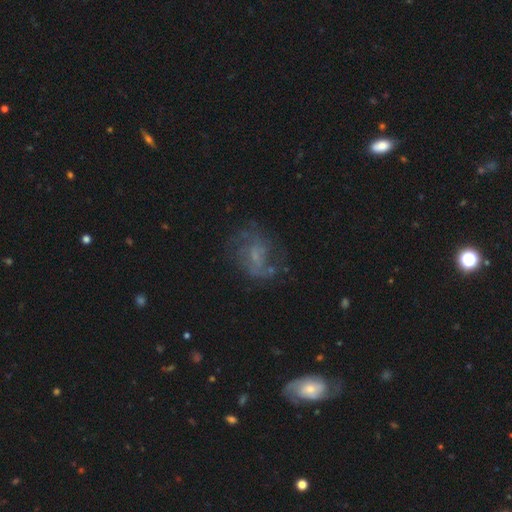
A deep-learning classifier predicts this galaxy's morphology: A featured or disk galaxy (63%) with no bar (50%), spiral arms (76%) and a small central bulge (51%).

Vote fractions:
- Smooth or featured? featured or disk: 63% / smooth: 22% / star or artifact: 14%
- Edge-on disk? no: 97% / yes: 3%
- Bar? no: 50% / weak: 41% / strong: 8%
- Spiral arms? yes: 76% / no: 24%
- Bulge size? small: 51% / none: 27% / moderate: 19% / large: 2% / dominant: 1%
- Merging? none: 58% / minor disturbance: 20% / major disturbance: 18% / merger: 3%